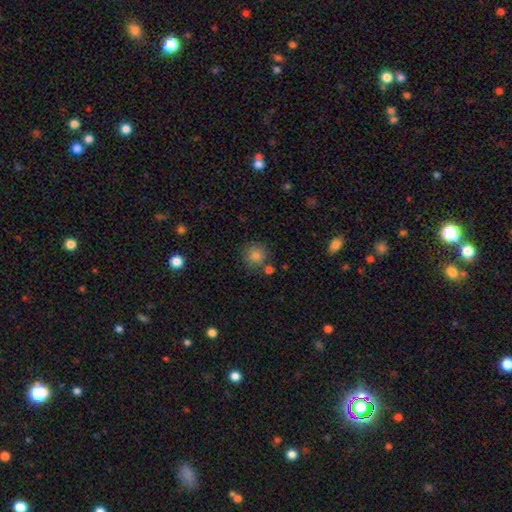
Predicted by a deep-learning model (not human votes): A smooth galaxy with no disk features (82%) that is round (91%). Merging: none (75%).